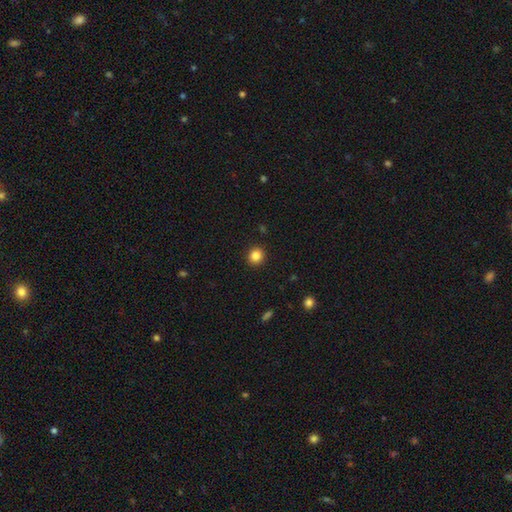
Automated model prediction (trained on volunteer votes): smooth-or-featured: smooth: 85% | star or artifact: 11% | featured or disk: 4%
  how-rounded: round: 90% | in between: 10% | cigar-shaped: 1%
  merging: none: 92% | minor disturbance: 5% | major disturbance: 2% | merger: 1%